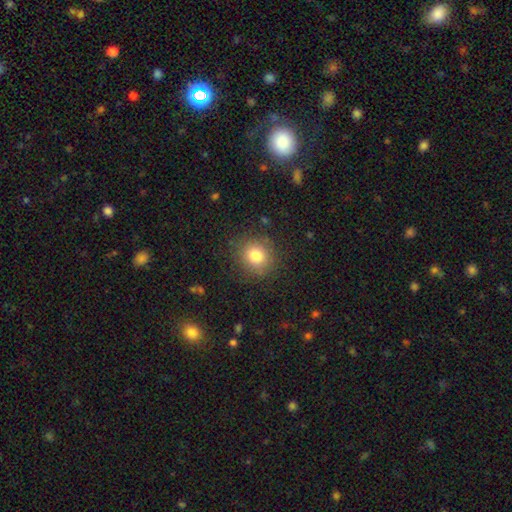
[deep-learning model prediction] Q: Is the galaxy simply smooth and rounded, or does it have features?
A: smooth — 79%.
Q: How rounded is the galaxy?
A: round — 86%.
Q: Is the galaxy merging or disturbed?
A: none — 85%.